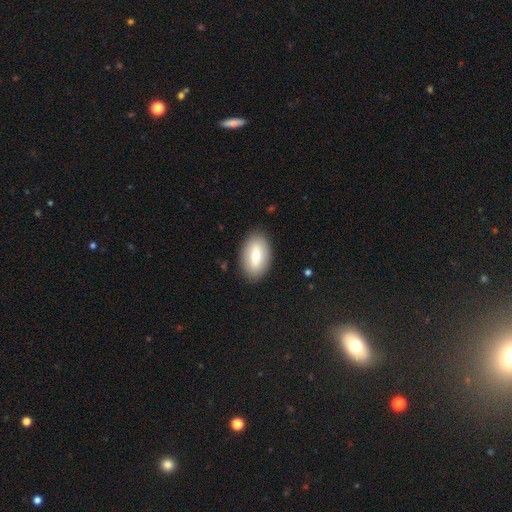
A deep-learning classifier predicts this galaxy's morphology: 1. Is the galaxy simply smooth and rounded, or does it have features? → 64% smooth, 29% featured or disk, 6% star or artifact.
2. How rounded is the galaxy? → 92% in between, 6% round, 2% cigar-shaped.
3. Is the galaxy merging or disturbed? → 87% none, 9% minor disturbance, 3% major disturbance, 1% merger.